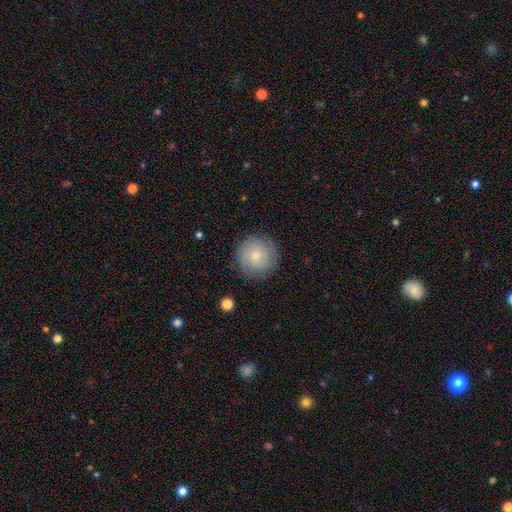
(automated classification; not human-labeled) This is likely a smooth galaxy (68%). How rounded: clearly round (95%). Merging: clearly none (85%).